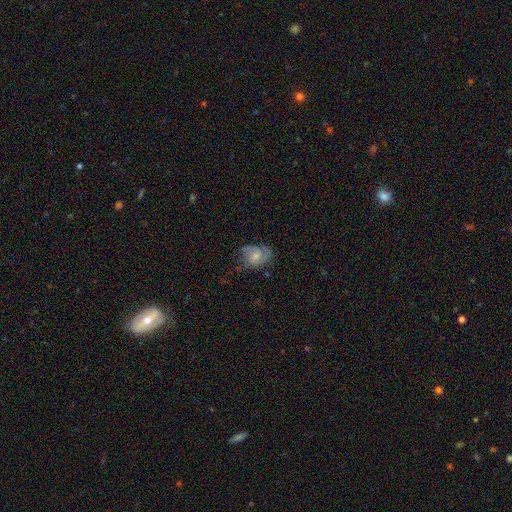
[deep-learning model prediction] A featured or disk galaxy (58%) with no bar (64%), spiral arms (86%) and a small central bulge (44%).

Vote fractions:
- Smooth or featured? featured or disk: 58% / smooth: 34% / star or artifact: 8%
- Edge-on disk? no: 97% / yes: 3%
- Bar? no: 64% / weak: 32% / strong: 4%
- Spiral arms? yes: 86% / no: 14%
- Bulge size? small: 44% / moderate: 40% / none: 10% / large: 5% / dominant: 1%
- Merging? none: 51% / minor disturbance: 29% / major disturbance: 18% / merger: 2%